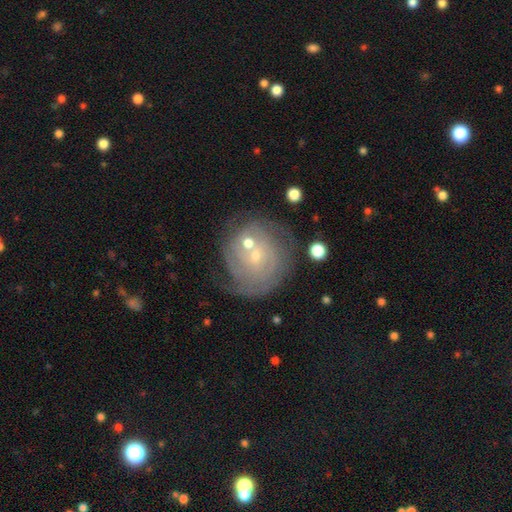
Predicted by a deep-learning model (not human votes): A featured or disk galaxy (71%) with no bar (71%), tight (66%) spiral arms (85%) and a small central bulge (71%).

Vote fractions:
- Smooth or featured? featured or disk: 71% / smooth: 20% / star or artifact: 9%
- Edge-on disk? no: 97% / yes: 3%
- Bar? no: 71% / weak: 25% / strong: 4%
- Spiral arms? yes: 85% / no: 15%
- Spiral winding? tight: 66% / medium: 24% / loose: 10%
- Spiral arm count? can't tell: 46% / 2: 22% / 3: 14% / 1: 7% / 4: 6% / more than 4: 5%
- Bulge size? small: 71% / moderate: 23% / none: 3% / large: 2% / dominant: 1%
- Merging? none: 52% / merger: 19% / minor disturbance: 17% / major disturbance: 12%